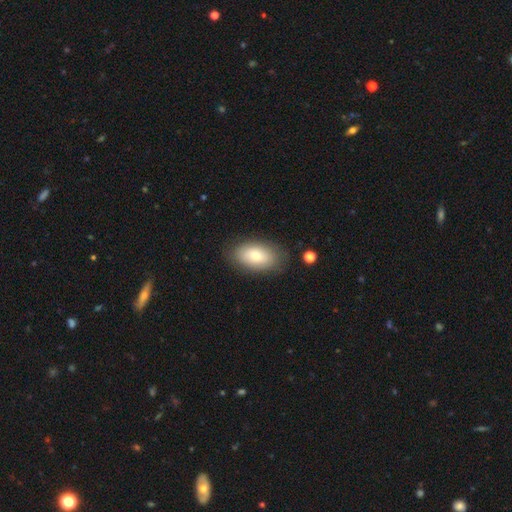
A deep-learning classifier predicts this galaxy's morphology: Q: Smooth or featured?
A: smooth (77%); runner-up: featured or disk (16%)
Q: How rounded?
A: in between (93%); runner-up: round (5%)
Q: Merging?
A: none (82%); runner-up: minor disturbance (13%)